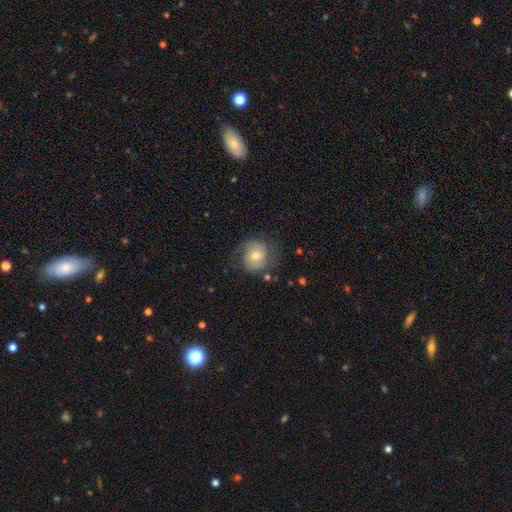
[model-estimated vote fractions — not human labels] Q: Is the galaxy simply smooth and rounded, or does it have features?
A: smooth — 54%.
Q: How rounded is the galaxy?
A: round — 77%.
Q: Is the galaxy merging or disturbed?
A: none — 64%.